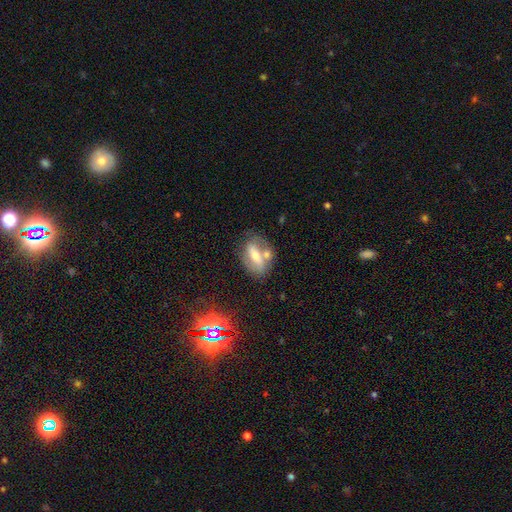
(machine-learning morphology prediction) type=featured or disk (56%); edge-on=no (83%); merging=none (52%).